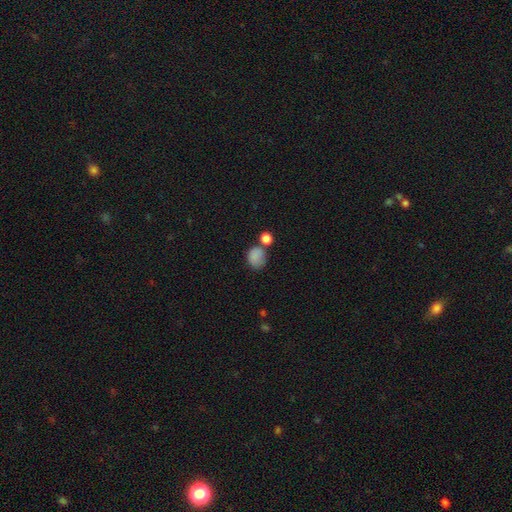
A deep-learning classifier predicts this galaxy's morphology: Smooth or featured?
  - smooth: 84% *
  - star or artifact: 10%
  - featured or disk: 6%
How rounded?
  - round: 59% *
  - in between: 40%
  - cigar-shaped: 1%
Merging?
  - none: 54% *
  - merger: 21%
  - minor disturbance: 17%
  - major disturbance: 8%